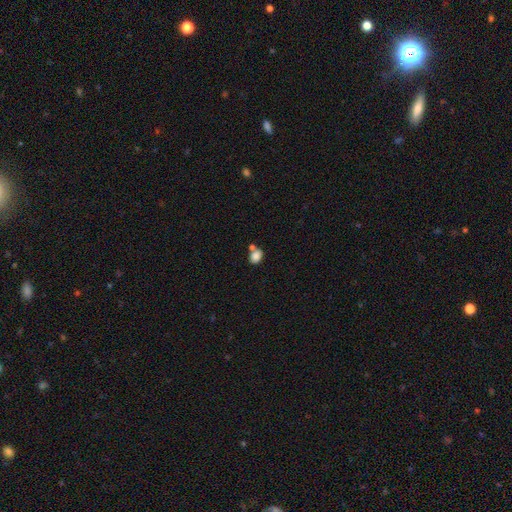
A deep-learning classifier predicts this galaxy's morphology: The model was most divided on "merging": none: 49%, merger: 32%, minor disturbance: 13%, major disturbance: 5%. More confident: smooth or featured — smooth (83%); how rounded — in between (59%).